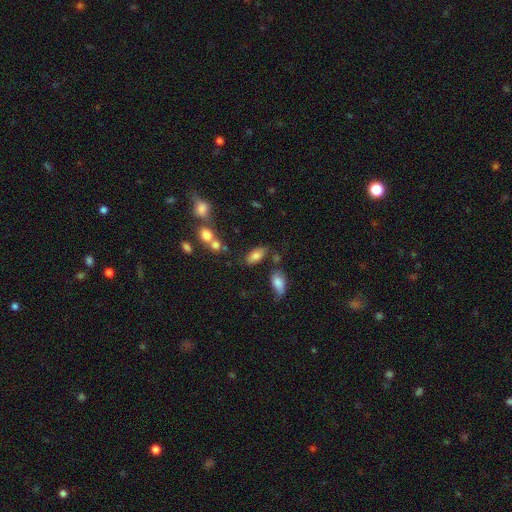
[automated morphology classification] The model was most divided on "merging": none: 68%, minor disturbance: 17%, merger: 10%, major disturbance: 5%. More confident: how rounded — in between (89%); smooth or featured — smooth (79%).